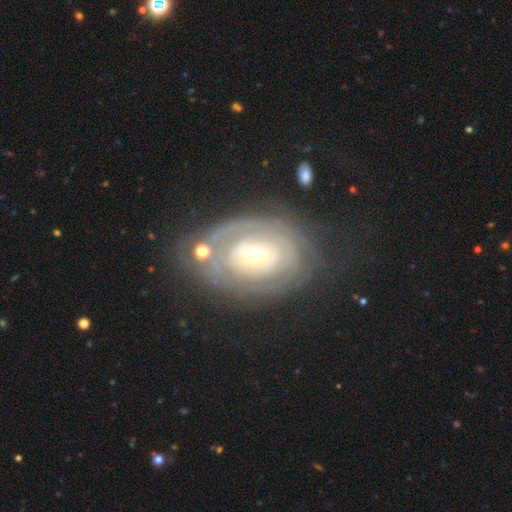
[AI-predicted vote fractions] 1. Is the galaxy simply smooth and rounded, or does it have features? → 77% featured or disk, 16% smooth, 6% star or artifact.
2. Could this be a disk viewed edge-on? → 95% no, 5% yes.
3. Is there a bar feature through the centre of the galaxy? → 63% no, 26% weak, 10% strong.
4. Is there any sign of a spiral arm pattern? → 74% yes, 26% no.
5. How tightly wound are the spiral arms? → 79% tight, 14% medium, 6% loose.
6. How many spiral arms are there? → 56% can't tell, 17% 2, 9% 3, 7% 4, 6% 1, 5% more than 4.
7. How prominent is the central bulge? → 56% small, 37% moderate, 4% large, 1% dominant, 1% none.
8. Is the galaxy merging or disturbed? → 62% none, 19% minor disturbance, 13% major disturbance, 7% merger.